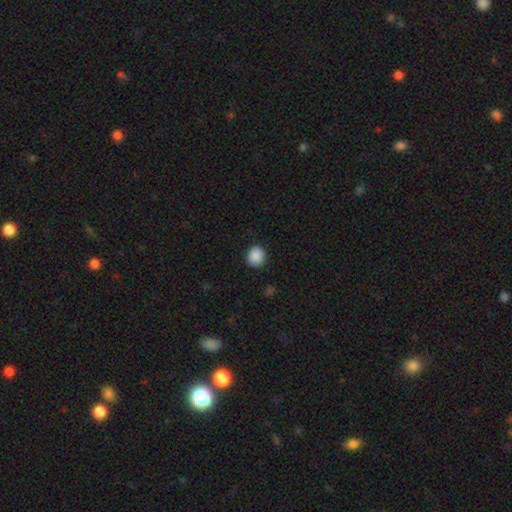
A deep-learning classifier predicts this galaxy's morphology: Smooth or featured? Predicted: smooth (p=0.89). How rounded? Predicted: round (p=0.80). Merging? Predicted: none (p=0.89).